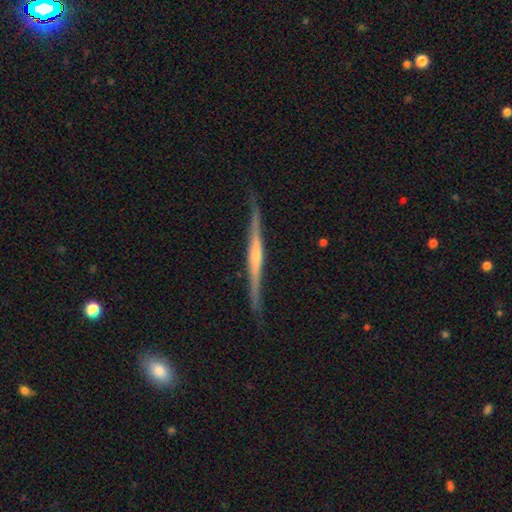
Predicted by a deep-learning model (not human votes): A featured or disk galaxy (75%) viewed edge-on (98%) with a rounded central bulge (43%). Merging: none (85%).